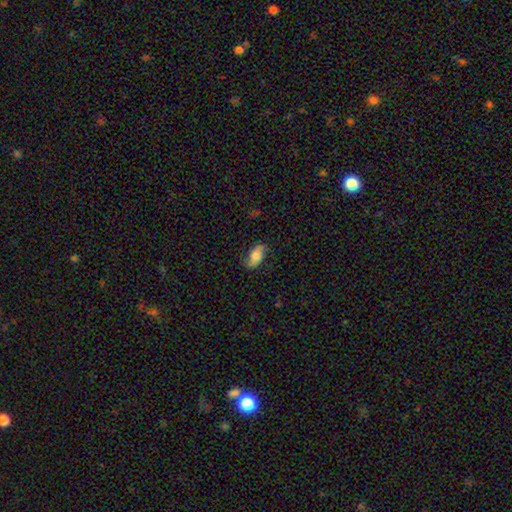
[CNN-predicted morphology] This is possibly a smooth galaxy (54%). How rounded: clearly in between (90%). Merging: likely none (74%).